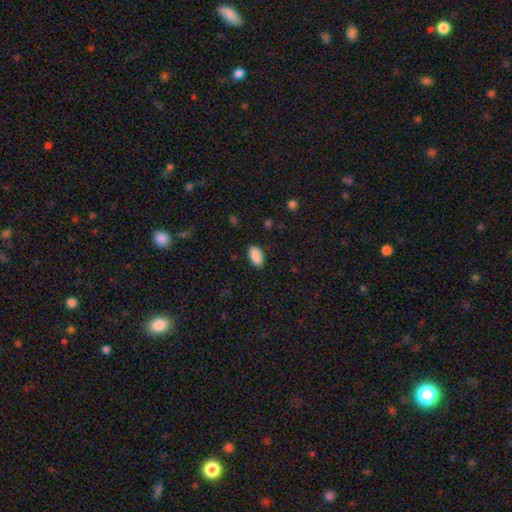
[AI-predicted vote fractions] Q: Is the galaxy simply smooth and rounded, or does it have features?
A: smooth — 90%.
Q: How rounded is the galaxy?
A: in between — 94%.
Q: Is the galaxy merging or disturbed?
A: none — 88%.